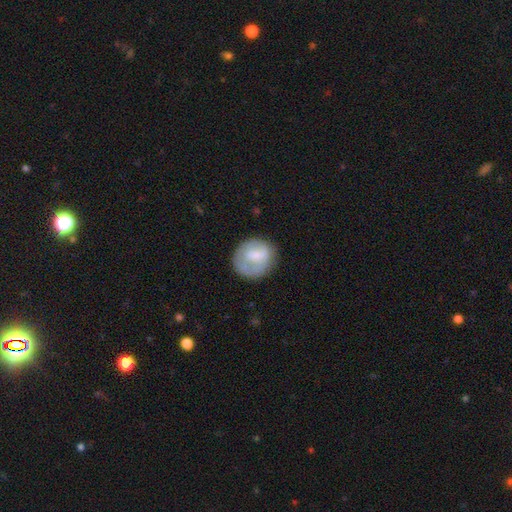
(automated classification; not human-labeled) smooth_or_featured: smooth (p=0.61) [alt: featured or disk p=0.32]
how_rounded: round (p=0.74) [alt: in between p=0.25]
merging: none (p=0.62) [alt: minor disturbance p=0.23]